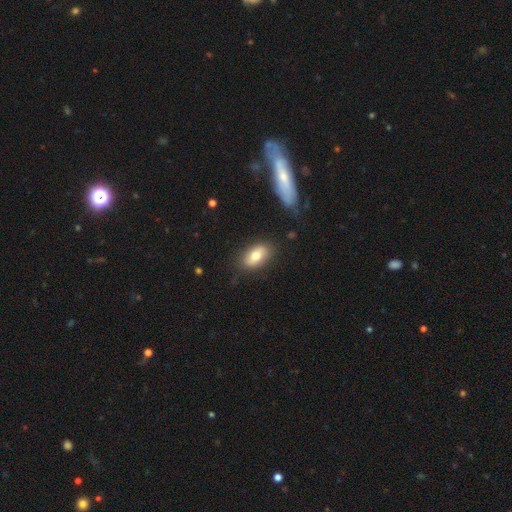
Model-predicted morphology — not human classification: This appears to be a smooth galaxy with no disk features (72%) that is in between round and cigar-shaped (90%). Merging: none (82%).